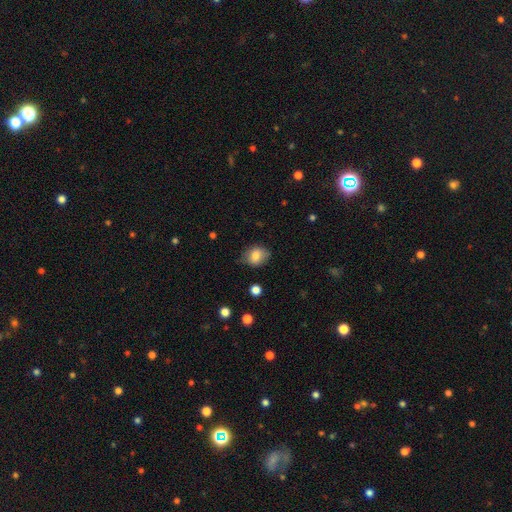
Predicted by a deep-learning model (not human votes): smooth_or_featured: smooth (p=0.80) [alt: featured or disk p=0.11]
how_rounded: round (p=0.50) [alt: in between p=0.49]
merging: none (p=0.72) [alt: minor disturbance p=0.22]